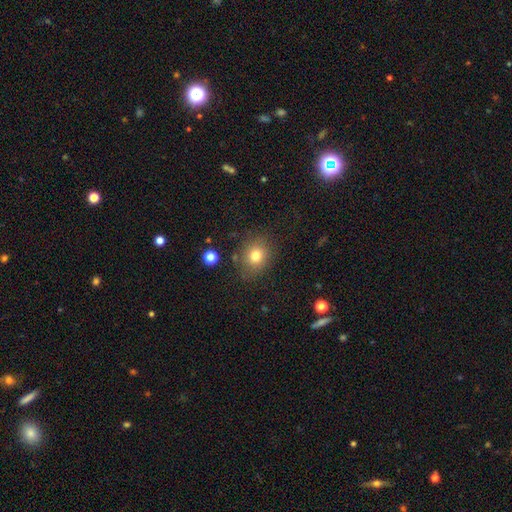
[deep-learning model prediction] Smooth or featured? Predicted: smooth (p=0.78). How rounded? Predicted: round (p=0.64). Merging? Predicted: none (p=0.81).